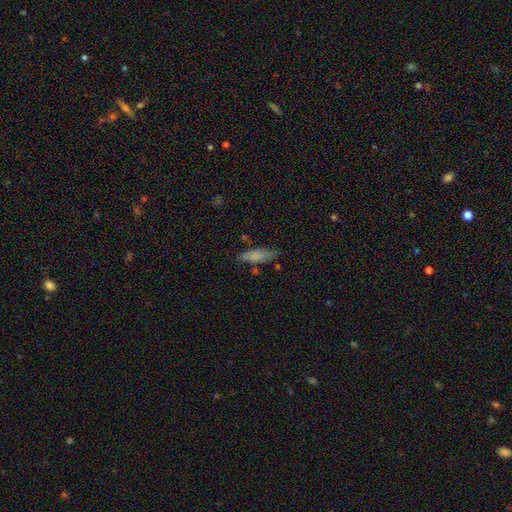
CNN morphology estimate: A smooth galaxy with no disk features (77%) that is in between round and cigar-shaped (51%).

Vote fractions:
- Smooth or featured? smooth: 77% / featured or disk: 15% / star or artifact: 8%
- How rounded? in between: 51% / cigar-shaped: 47% / round: 2%
- Merging? none: 70% / minor disturbance: 20% / major disturbance: 5% / merger: 4%